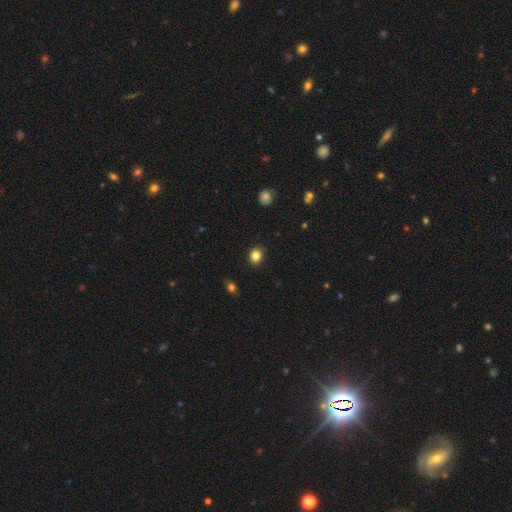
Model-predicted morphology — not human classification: type=smooth (84%); roundness=round (67%); merging=none (91%).